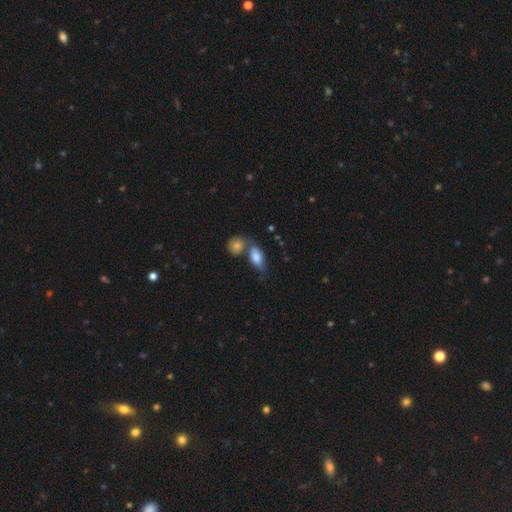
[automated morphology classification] Q: Smooth or featured?
A: smooth (75%); runner-up: featured or disk (18%)
Q: How rounded?
A: in between (83%); runner-up: cigar-shaped (9%)
Q: Merging?
A: none (40%); runner-up: merger (37%)